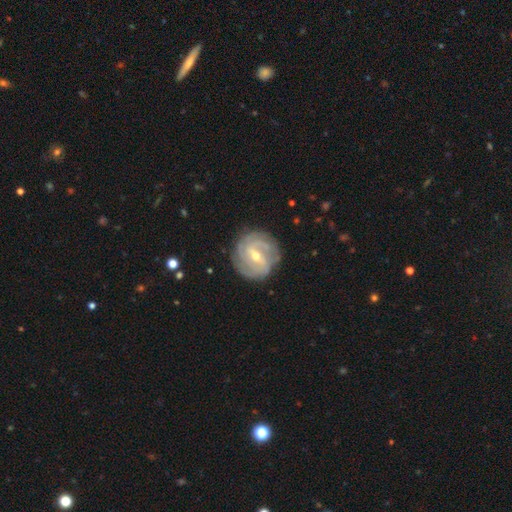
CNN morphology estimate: Smooth or featured? Predicted: featured or disk (p=0.87). Edge-on disk? Predicted: no (p=0.97). Bar? Predicted: weak (p=0.50). Spiral arms? Predicted: yes (p=0.96). Spiral winding? Predicted: tight (p=0.65). Spiral arm count? Predicted: 3 (p=0.27). Bulge size? Predicted: small (p=0.51). Merging? Predicted: none (p=0.83).